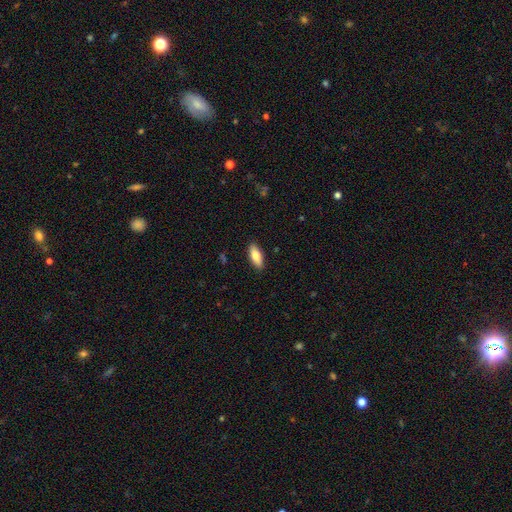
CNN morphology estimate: A smooth galaxy with no disk features (81%) that is in between round and cigar-shaped (76%). Merging: none (89%).